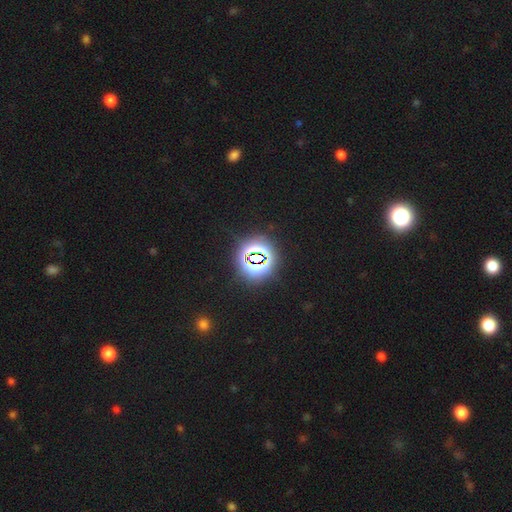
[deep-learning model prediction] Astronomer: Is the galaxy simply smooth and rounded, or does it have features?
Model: star or artifact — 75%.